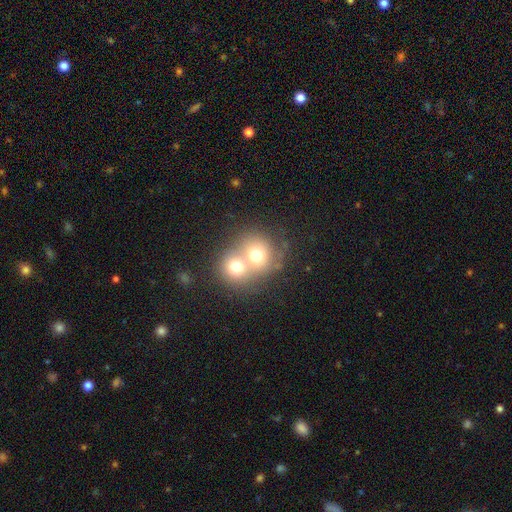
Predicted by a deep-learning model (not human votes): A smooth galaxy with no disk features (67%) that is round (78%).

Vote fractions:
- Smooth or featured? smooth: 67% / featured or disk: 21% / star or artifact: 11%
- How rounded? round: 78% / in between: 21% / cigar-shaped: 1%
- Merging? merger: 68% / none: 24% / minor disturbance: 5% / major disturbance: 3%